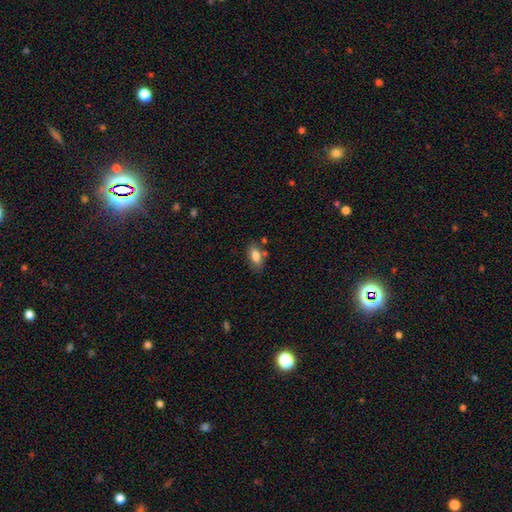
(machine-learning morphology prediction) Smooth or featured?
  - smooth: 79% *
  - featured or disk: 13%
  - star or artifact: 8%
How rounded?
  - in between: 88% *
  - cigar-shaped: 7%
  - round: 5%
Merging?
  - none: 68% *
  - minor disturbance: 17%
  - merger: 10%
  - major disturbance: 4%